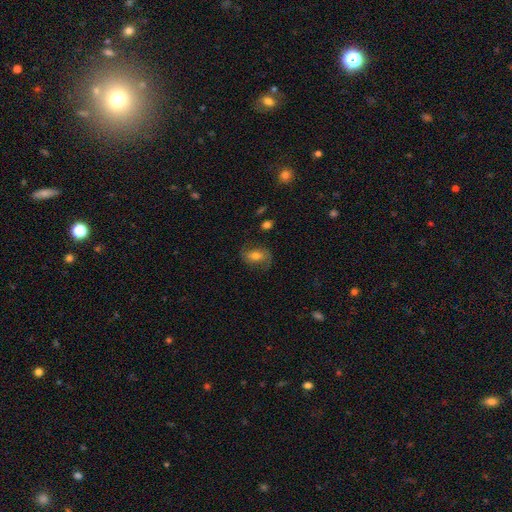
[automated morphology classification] Smooth or featured? smooth (51%)
How rounded? in between (78%)
Merging? none (68%)